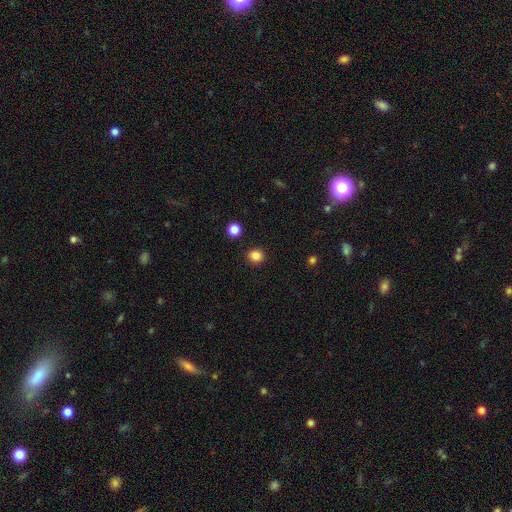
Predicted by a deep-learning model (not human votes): Q: Smooth or featured?
A: smooth (85%); runner-up: star or artifact (12%)
Q: How rounded?
A: round (87%); runner-up: in between (12%)
Q: Merging?
A: none (91%); runner-up: minor disturbance (5%)